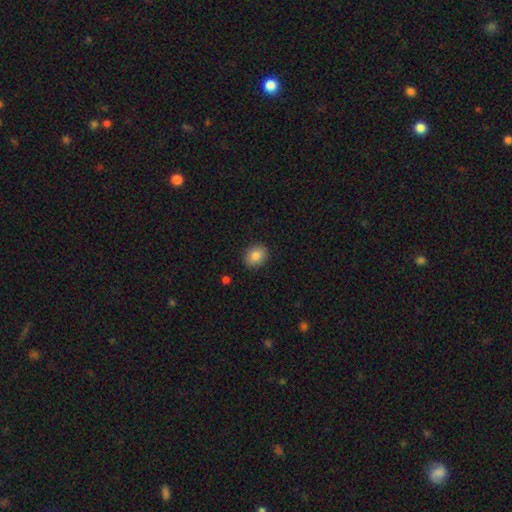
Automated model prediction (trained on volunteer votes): Morphology: type=smooth (85%); roundness=round (54%); merging=none (89%).